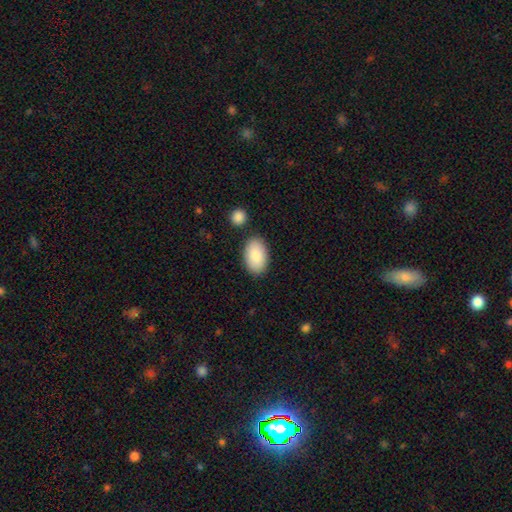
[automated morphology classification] A smooth galaxy with no disk features (88%) that is in between round and cigar-shaped (95%).

Vote fractions:
- Smooth or featured? smooth: 88% / featured or disk: 7% / star or artifact: 6%
- How rounded? in between: 95% / round: 4% / cigar-shaped: 1%
- Merging? none: 83% / minor disturbance: 10% / merger: 5% / major disturbance: 2%